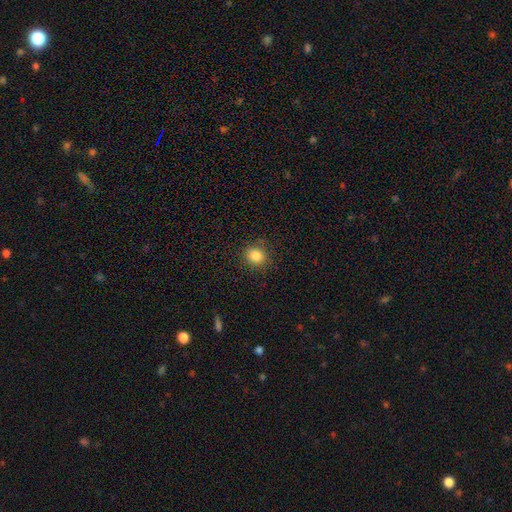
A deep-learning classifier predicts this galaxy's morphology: A smooth galaxy with no disk features (84%) that is round (81%). Merging: none (86%).